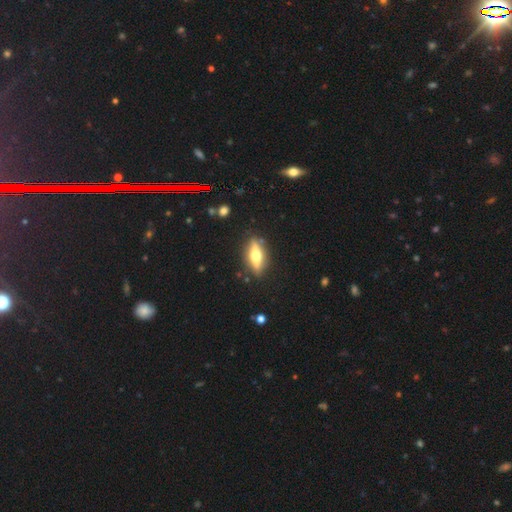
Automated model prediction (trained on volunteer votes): Smooth or featured? Predicted: featured or disk (p=0.55). Edge-on disk? Predicted: yes (p=0.87). Merging? Predicted: none (p=0.87).